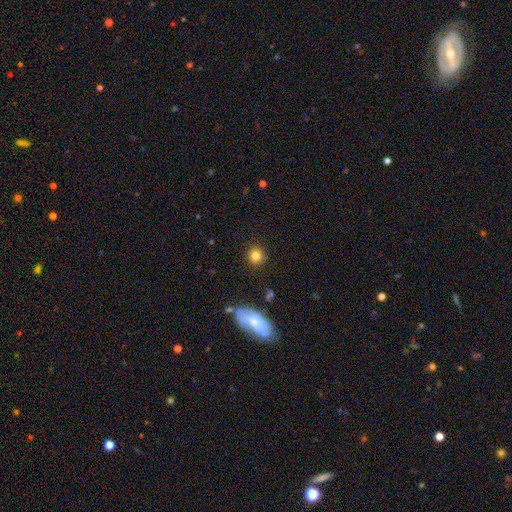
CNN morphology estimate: A smooth galaxy with no disk features (80%) that is round (88%). Merging: none (87%).